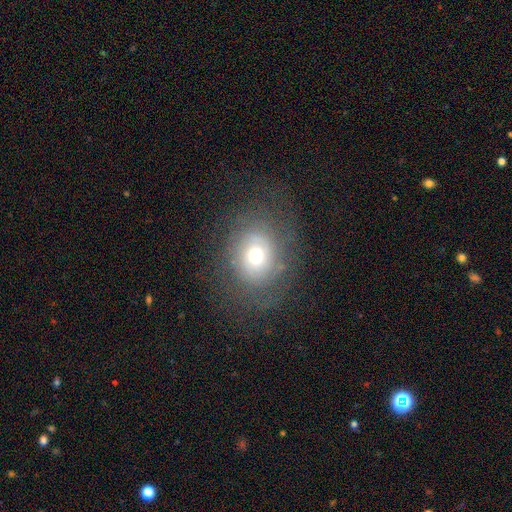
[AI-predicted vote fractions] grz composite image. It shows a smooth galaxy with no disk features (50%) that is round (63%). Merging: none (72%).